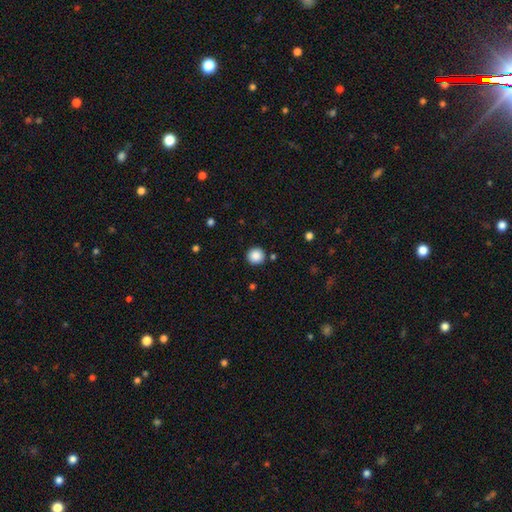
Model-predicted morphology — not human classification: This appears to be a smooth galaxy with no disk features (88%) that is round (95%). Merging: none (90%).